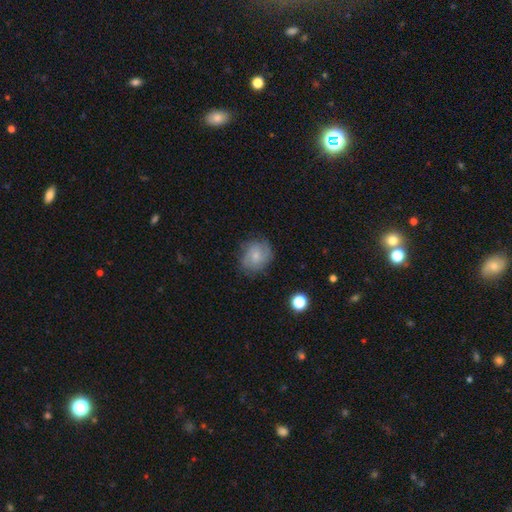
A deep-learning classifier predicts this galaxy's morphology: This is likely a smooth galaxy (63%). How rounded: likely round (62%). Merging: likely none (71%).